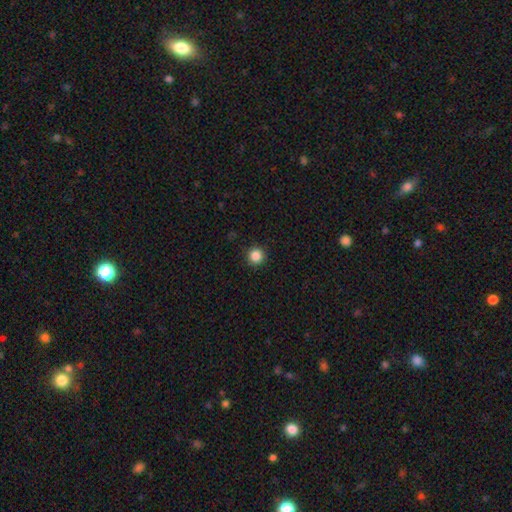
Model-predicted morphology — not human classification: Smooth or featured? Predicted: smooth (p=0.86). How rounded? Predicted: round (p=0.96). Merging? Predicted: none (p=0.93).